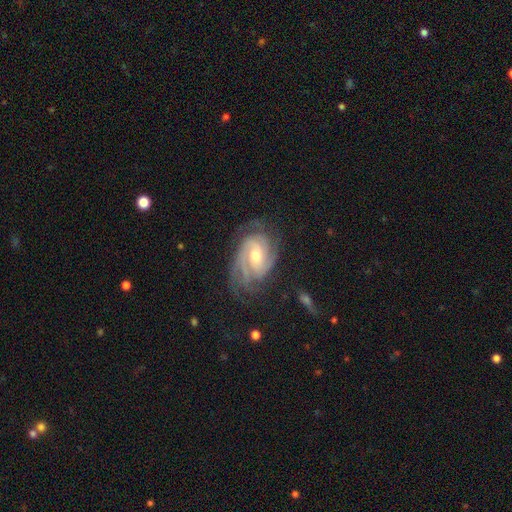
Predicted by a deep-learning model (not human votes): Smooth or featured? featured or disk (88%)
Edge-on disk? no (97%)
Bar? no (51%)
Spiral arms? yes (97%)
Spiral winding? tight (66%)
Spiral arm count? 3 (33%)
Bulge size? moderate (62%)
Merging? none (69%)